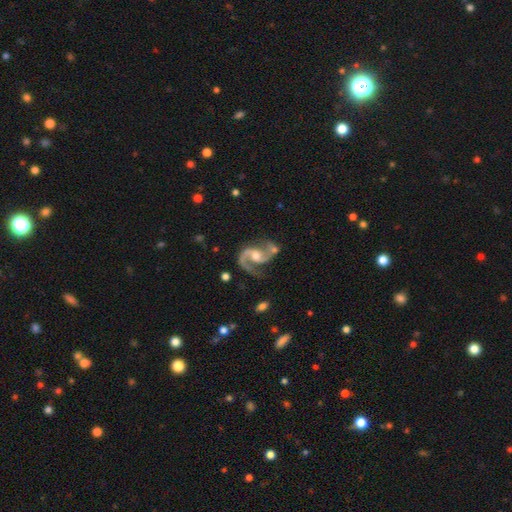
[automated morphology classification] A featured or disk galaxy (92%) with no bar (44%), 2 (93%) medium (55%) spiral arms (98%) and a moderate central bulge (62%).

Vote fractions:
- Smooth or featured? featured or disk: 92% / star or artifact: 4% / smooth: 3%
- Edge-on disk? no: 98% / yes: 2%
- Bar? no: 44% / weak: 41% / strong: 15%
- Spiral arms? yes: 98% / no: 2%
- Spiral winding? medium: 55% / loose: 36% / tight: 9%
- Spiral arm count? 2: 93% / 1: 3% / can't tell: 1% / 3: 1% / 4: 1% / more than 4: 1%
- Bulge size? moderate: 62% / small: 29% / large: 5% / none: 3% / dominant: 1%
- Merging? none: 64% / minor disturbance: 18% / major disturbance: 10% / merger: 9%